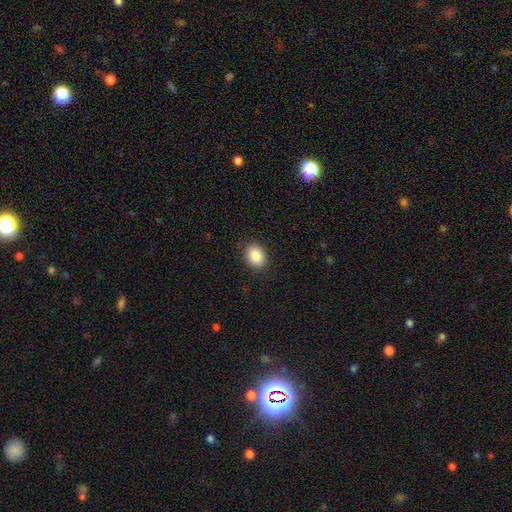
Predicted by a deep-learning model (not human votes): smooth_or_featured: smooth (p=0.86) [alt: star or artifact p=0.08]
how_rounded: in between (p=0.57) [alt: round p=0.42]
merging: none (p=0.88) [alt: minor disturbance p=0.09]